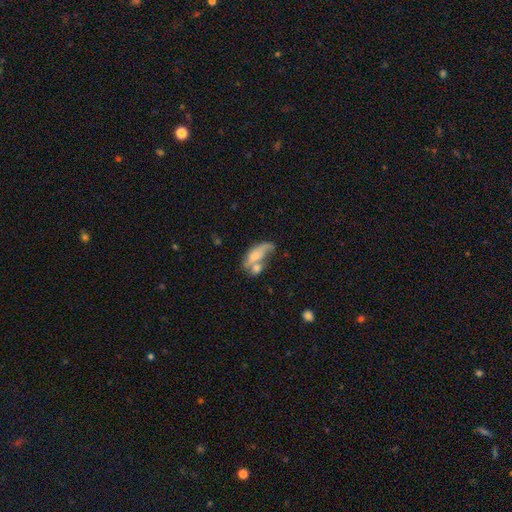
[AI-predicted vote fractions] Smooth or featured?
  - smooth: 57% *
  - featured or disk: 35%
  - star or artifact: 8%
How rounded?
  - in between: 72% *
  - cigar-shaped: 23%
  - round: 5%
Merging?
  - merger: 47% *
  - none: 21%
  - major disturbance: 18%
  - minor disturbance: 14%